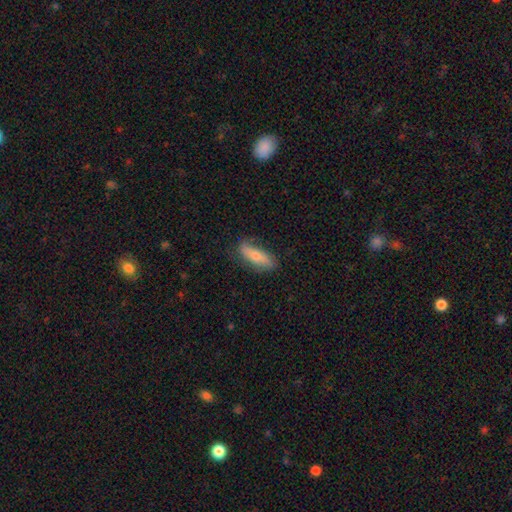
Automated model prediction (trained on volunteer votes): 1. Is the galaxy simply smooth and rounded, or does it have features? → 60% smooth, 33% featured or disk, 7% star or artifact.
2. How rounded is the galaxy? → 50% in between, 47% cigar-shaped, 3% round.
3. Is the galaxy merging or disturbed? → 78% none, 17% minor disturbance, 4% major disturbance, 1% merger.